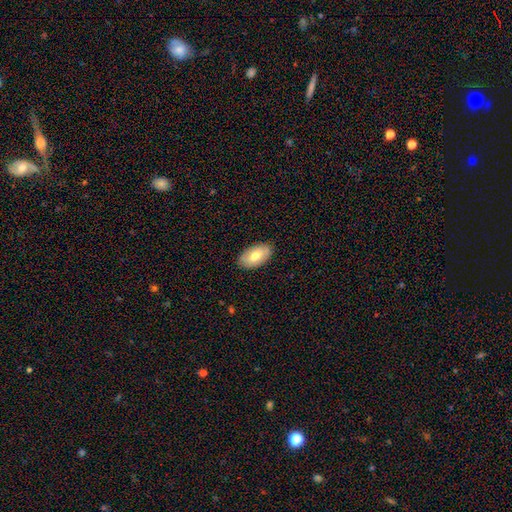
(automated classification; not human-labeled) Smooth or featured? smooth (71%)
How rounded? in between (94%)
Merging? none (87%)